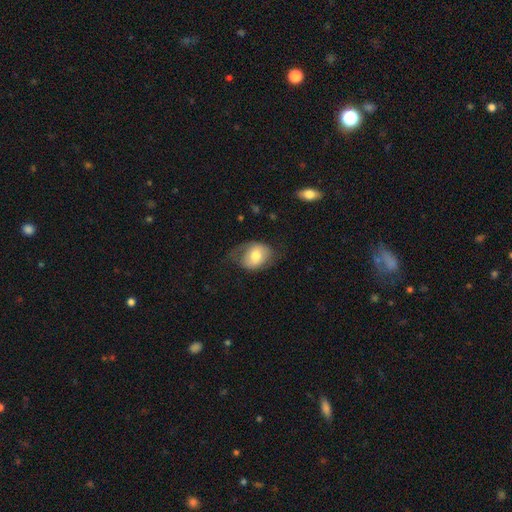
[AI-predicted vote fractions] Q: Smooth or featured?
A: smooth (62%); runner-up: featured or disk (31%)
Q: How rounded?
A: in between (66%); runner-up: round (33%)
Q: Merging?
A: none (47%); runner-up: minor disturbance (29%)